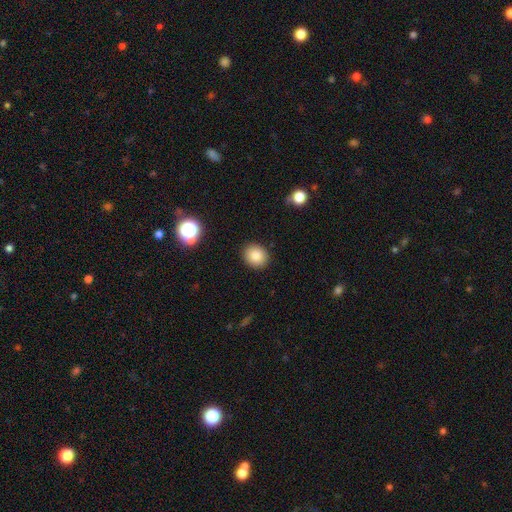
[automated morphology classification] smooth_or_featured: smooth (p=0.85) [alt: star or artifact p=0.10]
how_rounded: round (p=0.69) [alt: in between p=0.30]
merging: none (p=0.89) [alt: minor disturbance p=0.07]